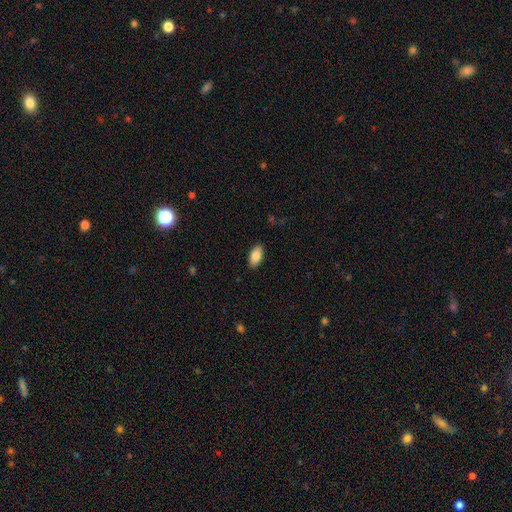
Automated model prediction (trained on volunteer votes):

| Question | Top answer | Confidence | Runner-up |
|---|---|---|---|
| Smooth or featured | smooth | 86% | featured or disk (7%) |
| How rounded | in between | 93% | cigar-shaped (4%) |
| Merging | none | 88% | minor disturbance (9%) |